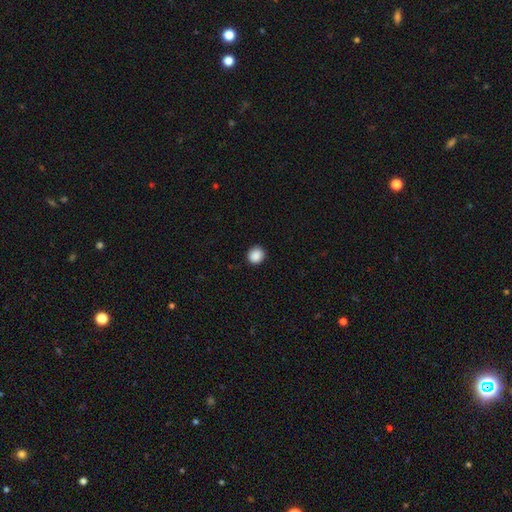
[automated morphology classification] A smooth galaxy with no disk features (89%) that is round (87%). Merging: none (90%).